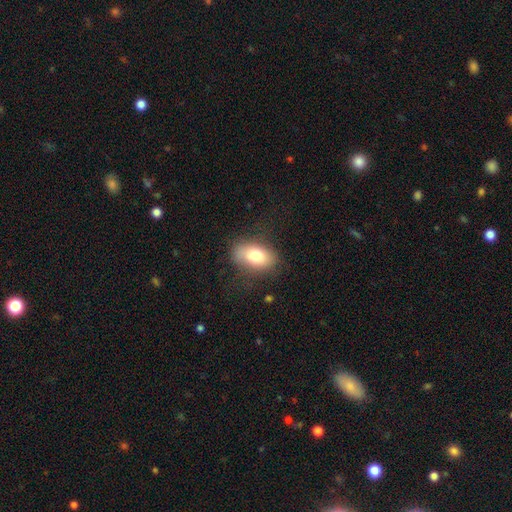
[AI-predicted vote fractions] A smooth galaxy with no disk features (77%) that is in between round and cigar-shaped (89%). Merging: none (76%).